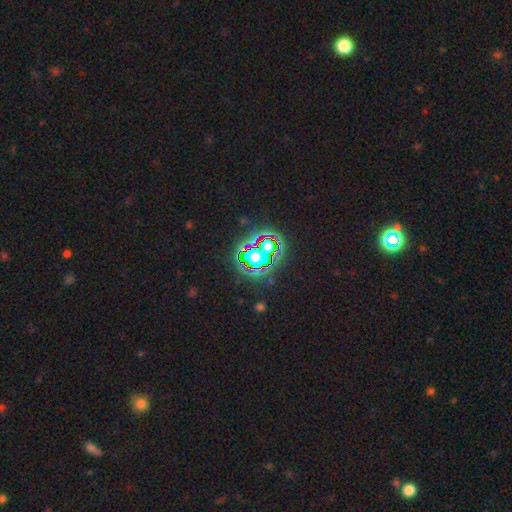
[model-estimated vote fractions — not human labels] smooth-or-featured: star or artifact: 59% | smooth: 25% | featured or disk: 16%